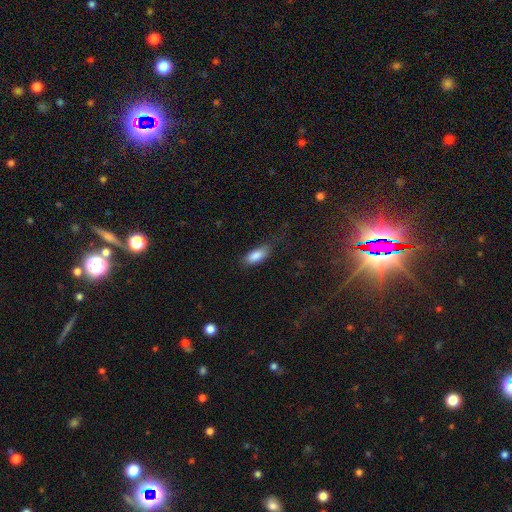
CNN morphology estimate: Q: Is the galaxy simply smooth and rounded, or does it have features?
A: smooth — 85%.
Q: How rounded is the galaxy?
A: in between — 80%.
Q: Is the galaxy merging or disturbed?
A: none — 66%.